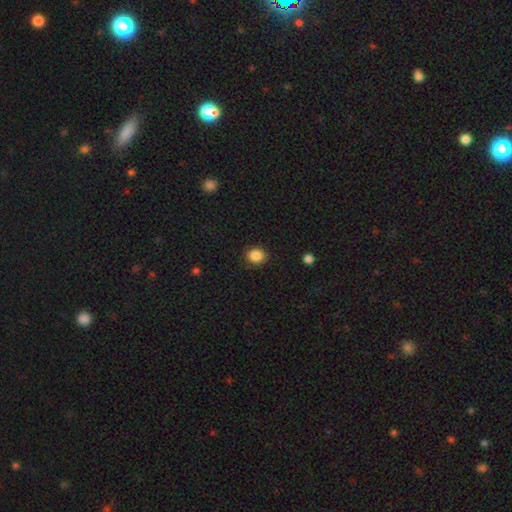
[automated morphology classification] The model was most divided on "how rounded": round: 78%, in between: 21%, cigar-shaped: 1%. More confident: merging — none (89%); smooth or featured — smooth (87%).